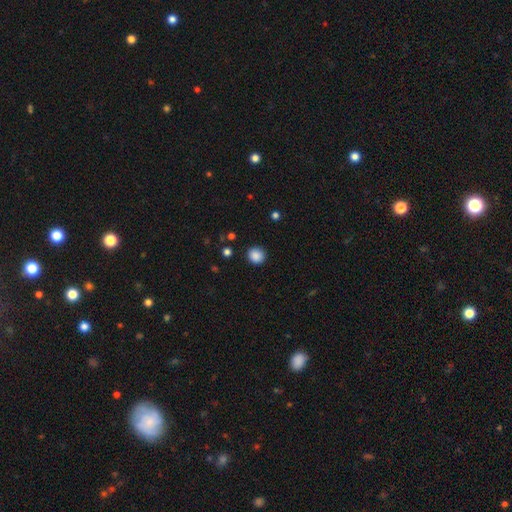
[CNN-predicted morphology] A smooth galaxy with no disk features (88%) that is round (88%).

Vote fractions:
- Smooth or featured? smooth: 88% / star or artifact: 10% / featured or disk: 3%
- How rounded? round: 88% / in between: 11% / cigar-shaped: 1%
- Merging? none: 90% / minor disturbance: 6% / major disturbance: 2% / merger: 1%